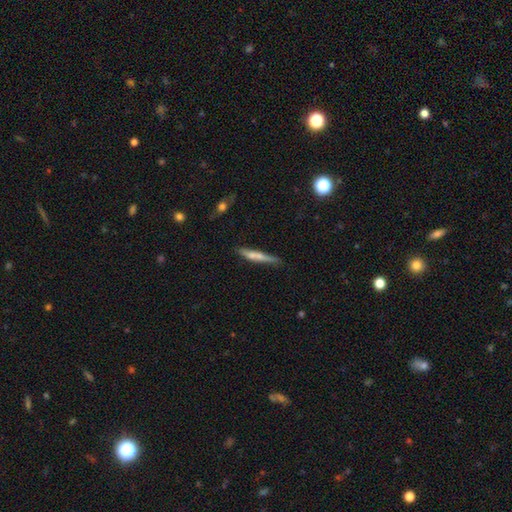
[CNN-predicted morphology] This appears to be a smooth galaxy with no disk features (56%) that is cigar-shaped (91%). Merging: none (67%).